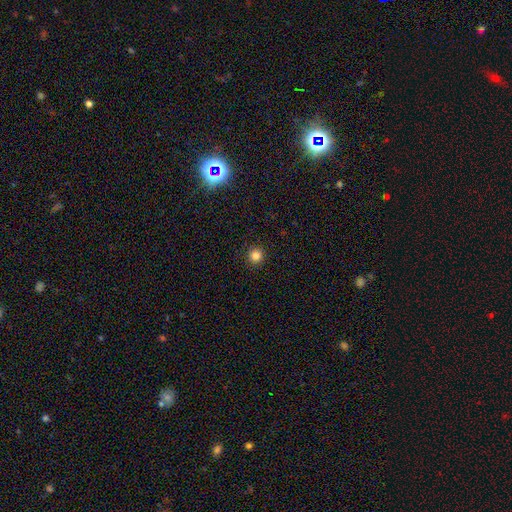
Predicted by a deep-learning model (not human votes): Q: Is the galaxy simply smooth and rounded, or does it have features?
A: smooth — 83%.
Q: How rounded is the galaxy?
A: round — 95%.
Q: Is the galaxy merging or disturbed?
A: none — 93%.